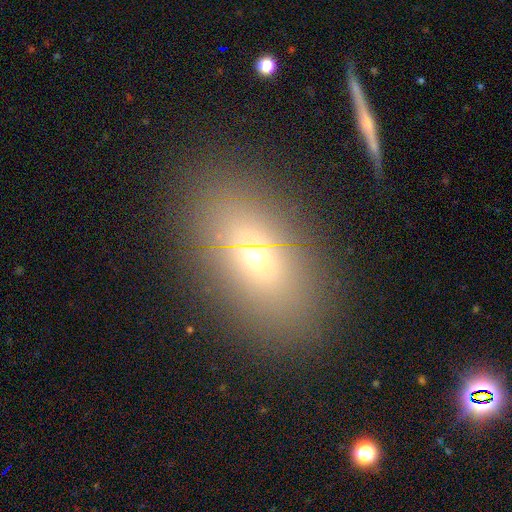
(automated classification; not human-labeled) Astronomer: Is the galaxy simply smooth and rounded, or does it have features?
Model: smooth — 60%.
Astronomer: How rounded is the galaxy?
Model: in between — 78%.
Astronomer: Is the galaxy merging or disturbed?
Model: none — 81%.